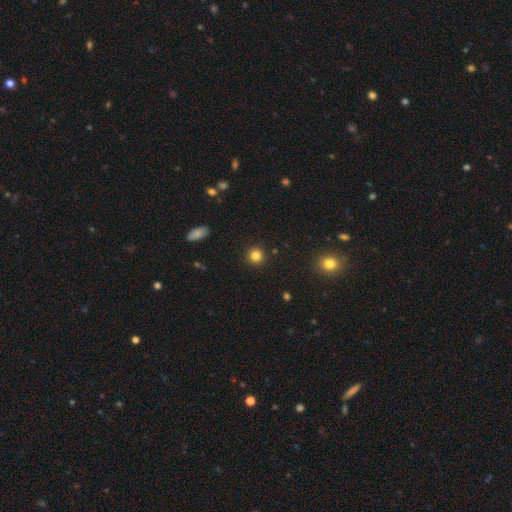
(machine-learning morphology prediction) This appears to be a smooth galaxy with no disk features (83%) that is round (94%). Merging: none (92%).